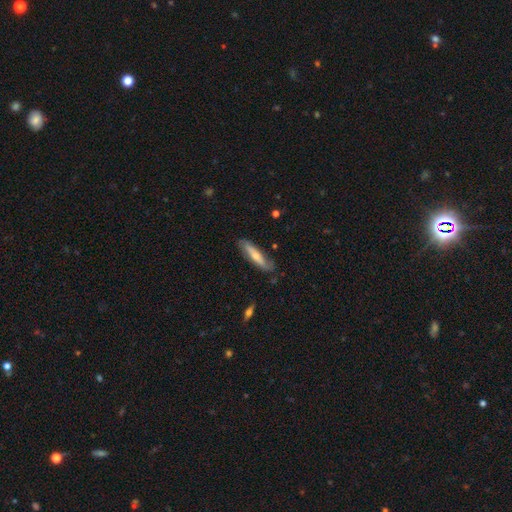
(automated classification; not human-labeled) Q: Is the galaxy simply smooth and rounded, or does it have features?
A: smooth — 51%.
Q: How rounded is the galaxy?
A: cigar-shaped — 80%.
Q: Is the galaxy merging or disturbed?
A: none — 77%.